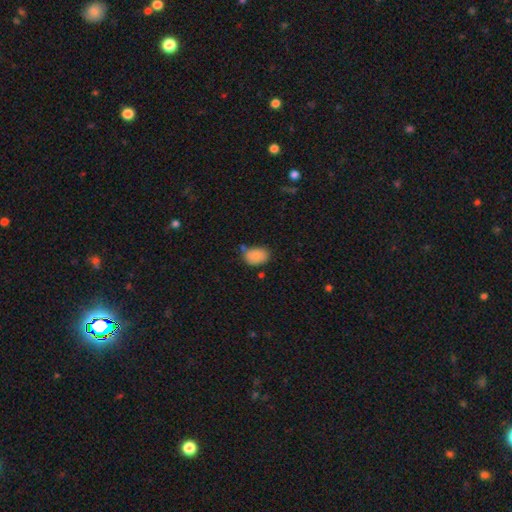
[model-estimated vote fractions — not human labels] Smooth or featured: smooth — 86% (star or artifact — 8%)
How rounded: in between — 83% (round — 16%)
Merging: none — 68% (minor disturbance — 20%)